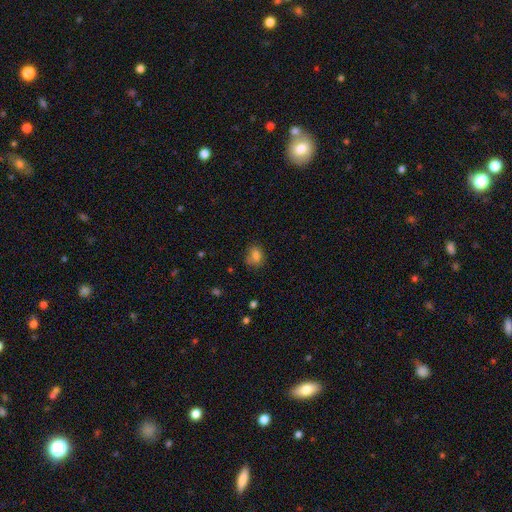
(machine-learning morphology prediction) Smooth or featured? smooth (75%)
How rounded? in between (56%)
Merging? none (62%)